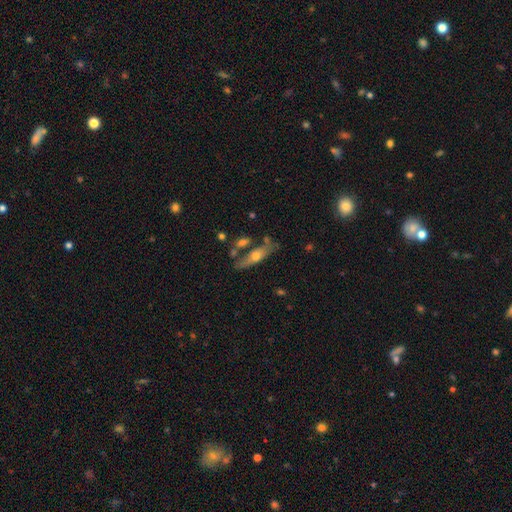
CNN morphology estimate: The model was most divided on "smooth or featured": featured or disk: 56%, smooth: 36%, star or artifact: 8%. More confident: edge-on disk — yes (75%); merging — none (60%).